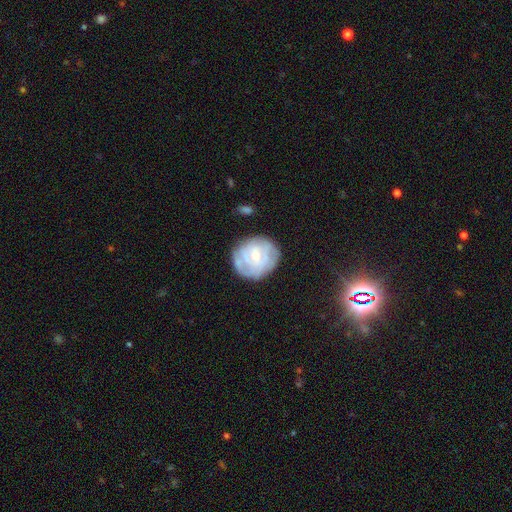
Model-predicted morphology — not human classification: Smooth or featured: featured or disk — 61% (smooth — 32%)
Edge-on disk: no — 97% (yes — 3%)
Bar: no — 66% (weak — 29%)
Spiral arms: yes — 62% (no — 38%)
Bulge size: small — 58% (moderate — 37%)
Merging: none — 71% (minor disturbance — 19%)